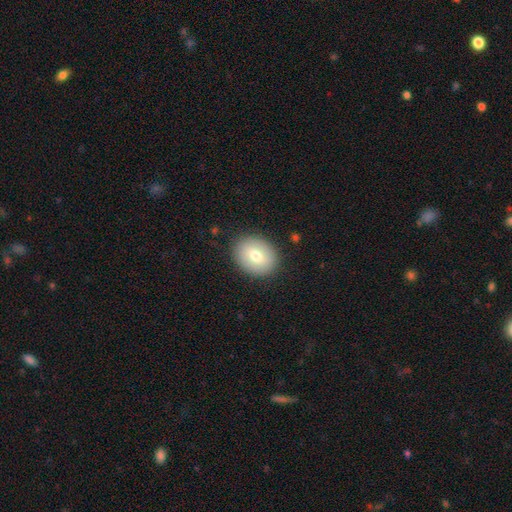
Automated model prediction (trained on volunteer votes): smooth-or-featured: smooth: 73% | featured or disk: 19% | star or artifact: 8%
  how-rounded: in between: 55% | round: 44% | cigar-shaped: 1%
  merging: none: 88% | minor disturbance: 9% | major disturbance: 3% | merger: 1%